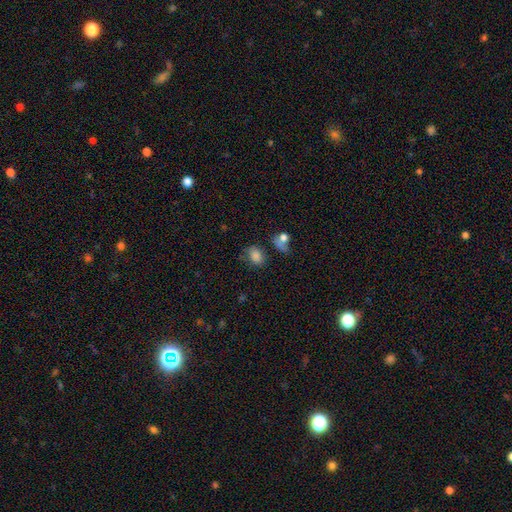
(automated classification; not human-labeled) Smooth or featured? Predicted: smooth (p=0.80). How rounded? Predicted: in between (p=0.68). Merging? Predicted: none (p=0.53).